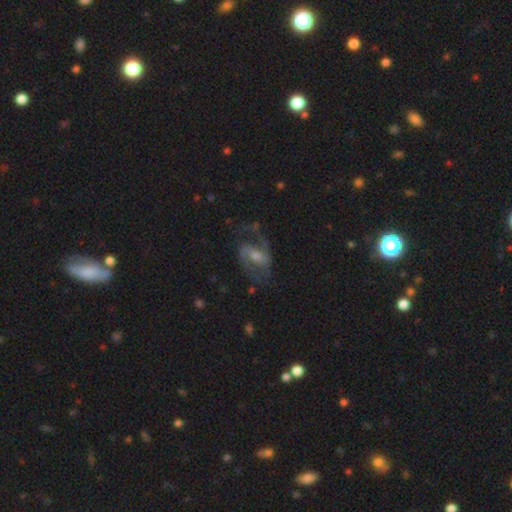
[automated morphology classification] Overall: featured or disk (81%). Edge-on disk: no (97%). Bar: weak (48%; no 28%). Spiral arms: yes (93%). Spiral arm count: 2 (84%). Spiral winding: medium (51%; loose 35%). Bulge size: moderate (49%; small 38%). Merging: none (62%).